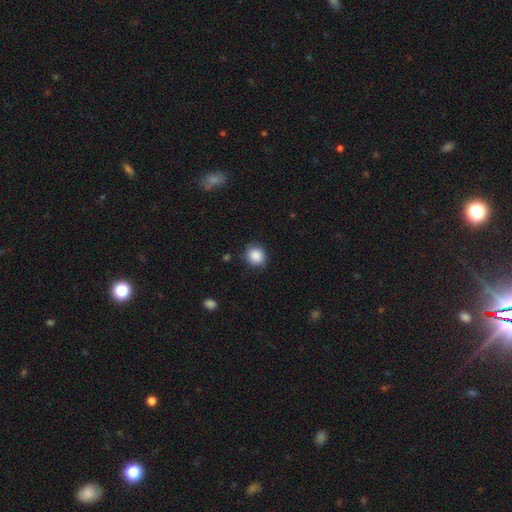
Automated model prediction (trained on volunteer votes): The model was most divided on "merging": none: 82%, minor disturbance: 14%, major disturbance: 3%, merger: 1%. More confident: smooth or featured — smooth (87%); how rounded — round (84%).